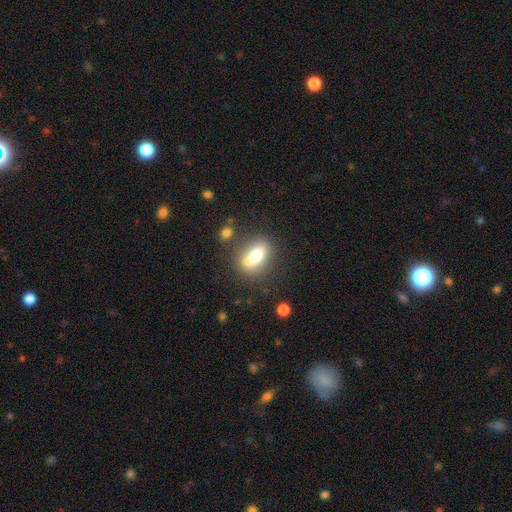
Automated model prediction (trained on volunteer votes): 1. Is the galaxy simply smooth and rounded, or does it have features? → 68% smooth, 23% featured or disk, 9% star or artifact.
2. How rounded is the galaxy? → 76% in between, 16% round, 8% cigar-shaped.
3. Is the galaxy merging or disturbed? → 59% none, 19% merger, 16% minor disturbance, 6% major disturbance.